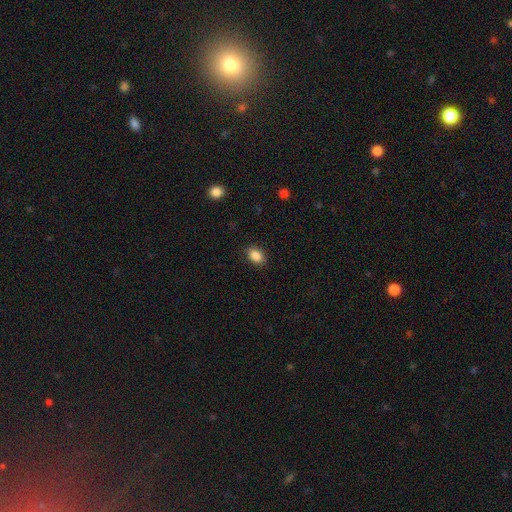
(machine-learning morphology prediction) smooth_or_featured: smooth (p=0.87) [alt: star or artifact p=0.09]
how_rounded: in between (p=0.79) [alt: round p=0.19]
merging: none (p=0.88) [alt: minor disturbance p=0.09]